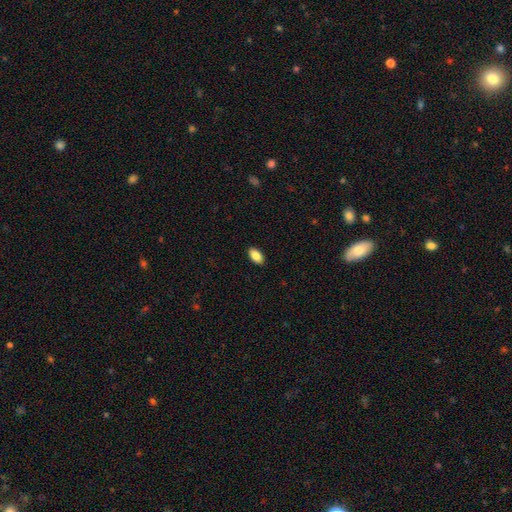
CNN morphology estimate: This is clearly a smooth galaxy (87%). How rounded: clearly in between (94%). Merging: clearly none (90%).